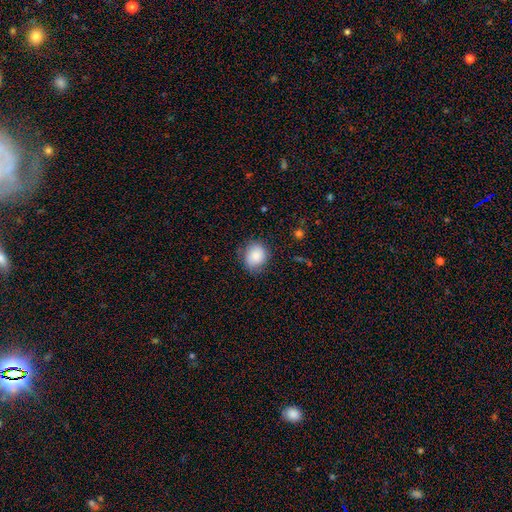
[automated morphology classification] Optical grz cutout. It shows a smooth galaxy with no disk features (82%) that is round (71%). Merging: none (74%).